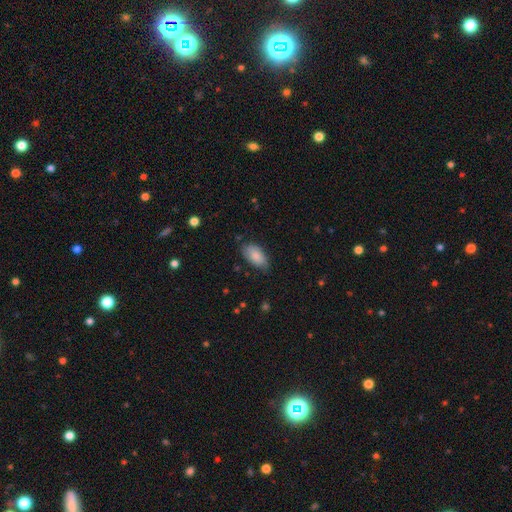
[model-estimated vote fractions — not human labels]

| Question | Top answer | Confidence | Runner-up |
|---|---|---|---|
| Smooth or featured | smooth | 86% | featured or disk (8%) |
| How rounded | in between | 94% | cigar-shaped (4%) |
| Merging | none | 74% | minor disturbance (21%) |